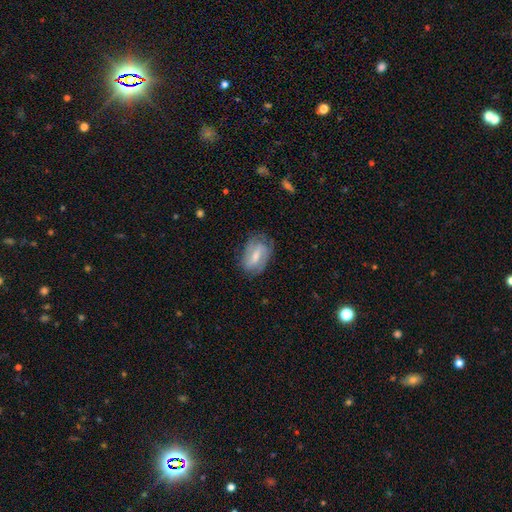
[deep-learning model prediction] This is possibly a featured or disk galaxy (55%). It is clearly not viewed edge-on (94%). Bar: possibly weak (49%). Spiral arm pattern: likely yes (76%). Central bulge: possibly moderate (48%). Merging: likely none (68%).